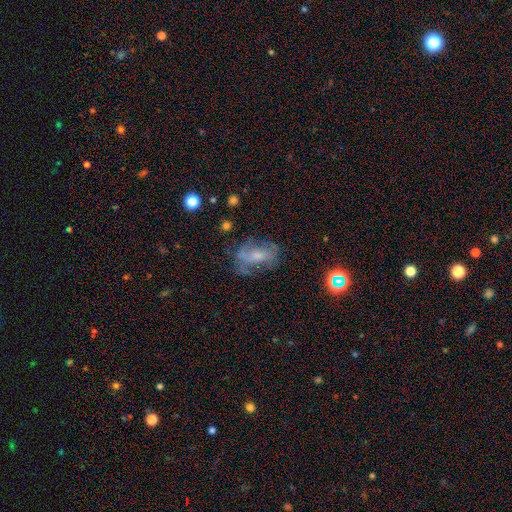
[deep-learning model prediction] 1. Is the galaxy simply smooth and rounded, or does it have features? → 50% featured or disk, 36% smooth, 14% star or artifact.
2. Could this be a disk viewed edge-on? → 92% no, 8% yes.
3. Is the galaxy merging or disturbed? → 49% none, 24% minor disturbance, 23% major disturbance, 4% merger.